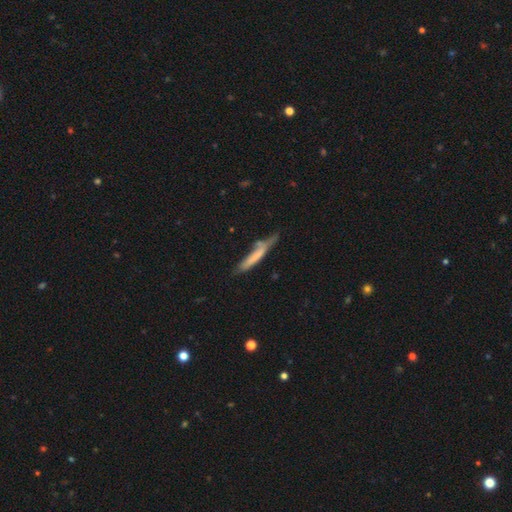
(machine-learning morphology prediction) Smooth or featured: smooth — 61% (featured or disk — 33%)
How rounded: cigar-shaped — 93% (in between — 6%)
Merging: none — 56% (minor disturbance — 26%)